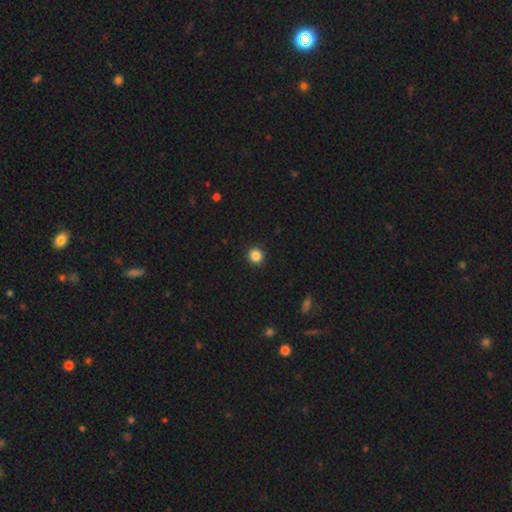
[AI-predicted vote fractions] smooth-or-featured: smooth: 86% | star or artifact: 11% | featured or disk: 3%
  how-rounded: round: 91% | in between: 8% | cigar-shaped: 1%
  merging: none: 92% | minor disturbance: 5% | major disturbance: 2% | merger: 1%